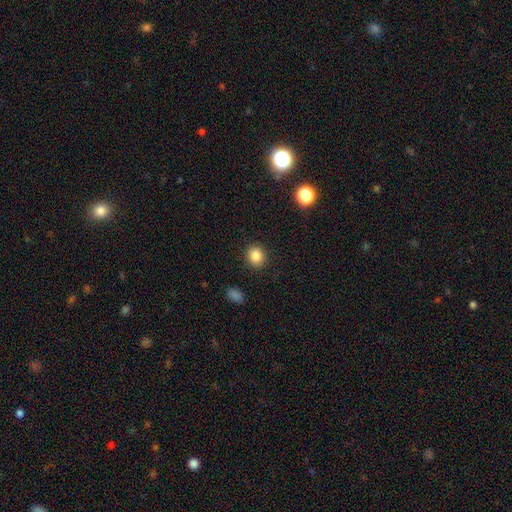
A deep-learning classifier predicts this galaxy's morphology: type=smooth (85%); roundness=round (80%); merging=none (90%).